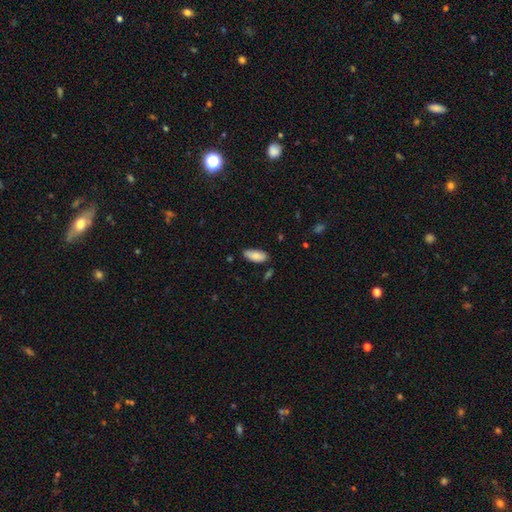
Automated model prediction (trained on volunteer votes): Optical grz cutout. It shows a smooth galaxy with no disk features (87%) that is in between round and cigar-shaped (86%). Merging: none (77%).